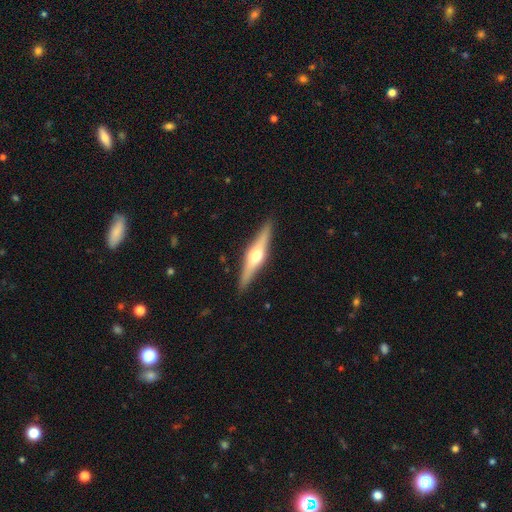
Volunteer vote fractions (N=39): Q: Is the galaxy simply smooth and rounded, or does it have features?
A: featured or disk — 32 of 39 (82%).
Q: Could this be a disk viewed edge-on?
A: yes — 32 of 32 (100%).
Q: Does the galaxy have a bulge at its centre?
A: rounded — 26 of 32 (81%).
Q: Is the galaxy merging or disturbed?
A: none — 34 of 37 (92%).